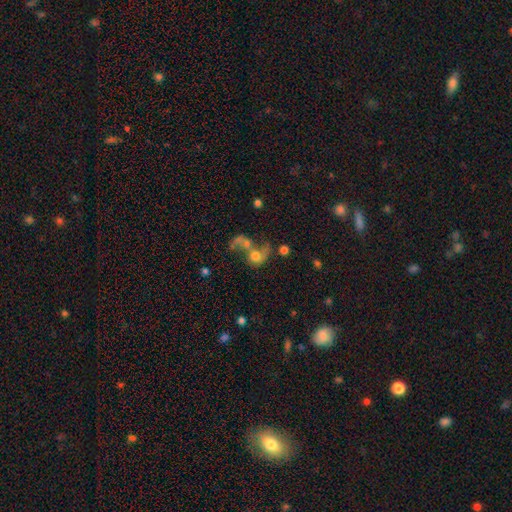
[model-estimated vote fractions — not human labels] This appears to be a smooth galaxy with no disk features (48%). Merging: merger (62%).